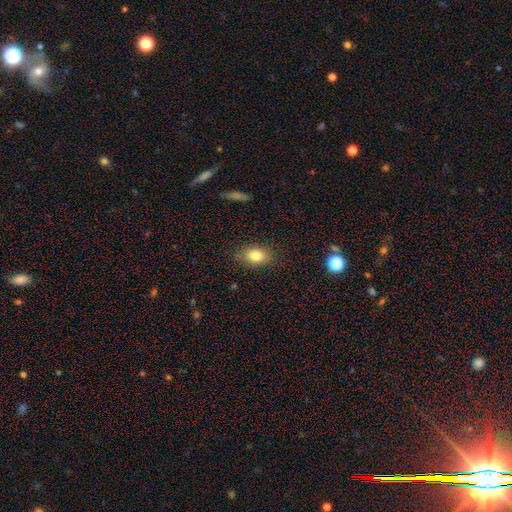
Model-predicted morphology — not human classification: Smooth or featured?
  - smooth: 80% *
  - featured or disk: 10%
  - star or artifact: 10%
How rounded?
  - in between: 77% *
  - round: 21%
  - cigar-shaped: 2%
Merging?
  - none: 85% *
  - minor disturbance: 11%
  - major disturbance: 3%
  - merger: 1%